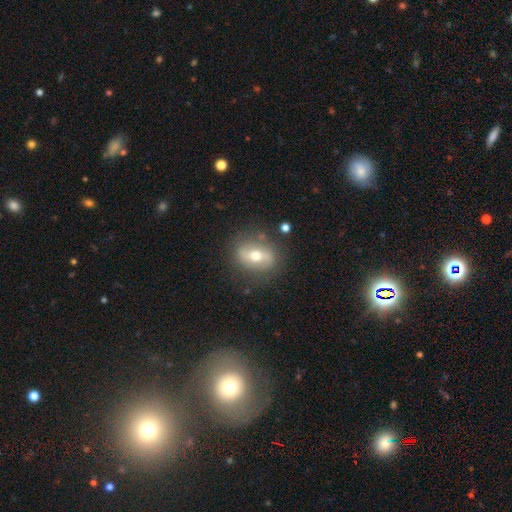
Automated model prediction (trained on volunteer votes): Smooth or featured? Predicted: featured or disk (p=0.46). Merging? Predicted: none (p=0.80).